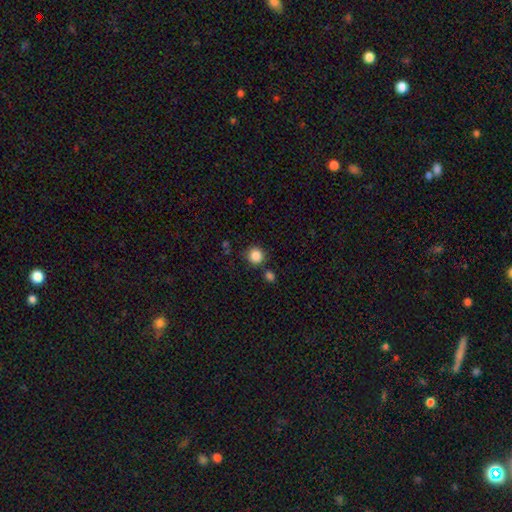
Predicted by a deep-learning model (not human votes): Q: Smooth or featured?
A: smooth (86%); runner-up: star or artifact (10%)
Q: How rounded?
A: round (91%); runner-up: in between (8%)
Q: Merging?
A: none (82%); runner-up: minor disturbance (9%)